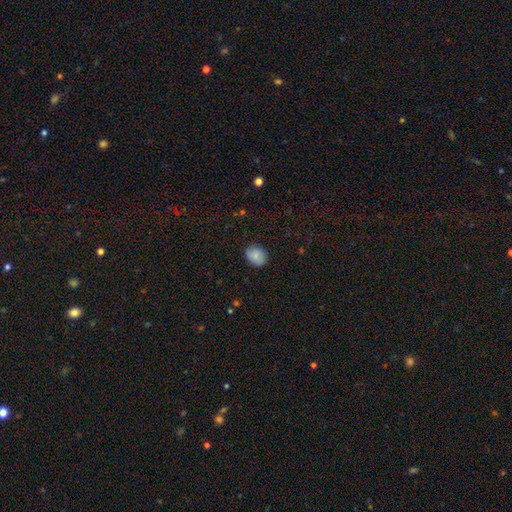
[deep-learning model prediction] Morphology: type=smooth (84%); roundness=in between (52%); merging=none (84%).